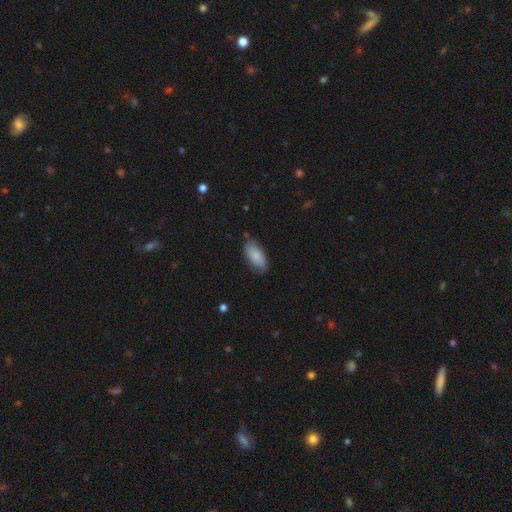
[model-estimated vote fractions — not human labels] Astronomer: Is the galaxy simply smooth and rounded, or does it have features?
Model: smooth — 84%.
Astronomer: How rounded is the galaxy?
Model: in between — 90%.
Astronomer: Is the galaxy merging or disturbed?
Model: none — 78%.